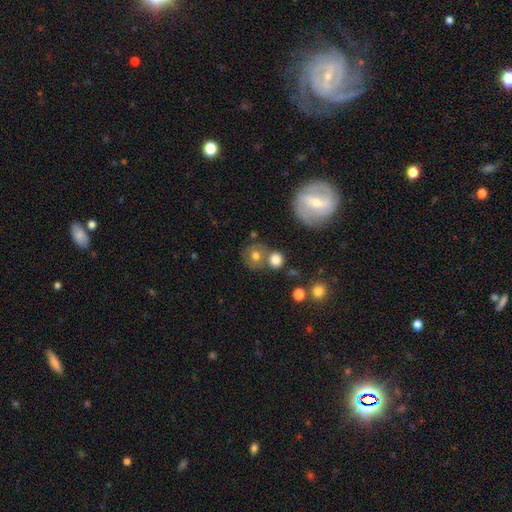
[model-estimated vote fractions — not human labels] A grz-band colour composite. It shows a smooth galaxy with no disk features (70%) that is round (83%). Merging: none (57%).